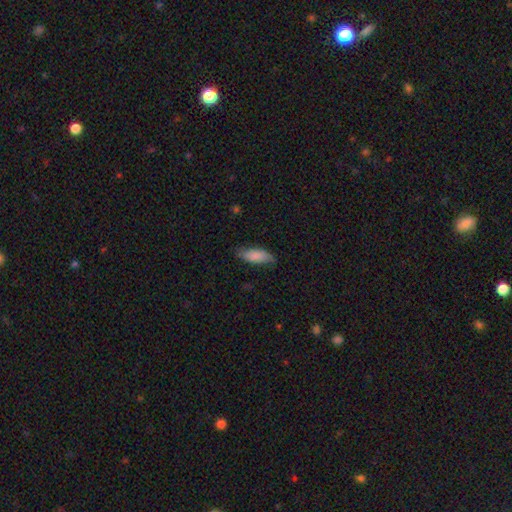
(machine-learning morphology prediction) This is clearly a smooth galaxy (83%). How rounded: likely in between (71%). Merging: likely none (71%).